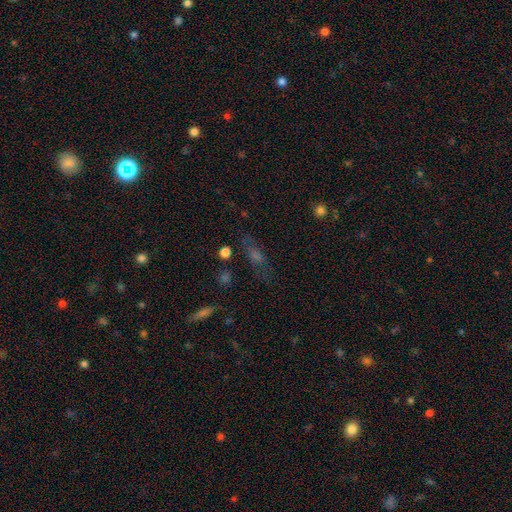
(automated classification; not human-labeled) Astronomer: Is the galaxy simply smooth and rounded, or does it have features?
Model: smooth — 40% (runner-up: star or artifact, 31%).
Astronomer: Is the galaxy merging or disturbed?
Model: none — 72%.